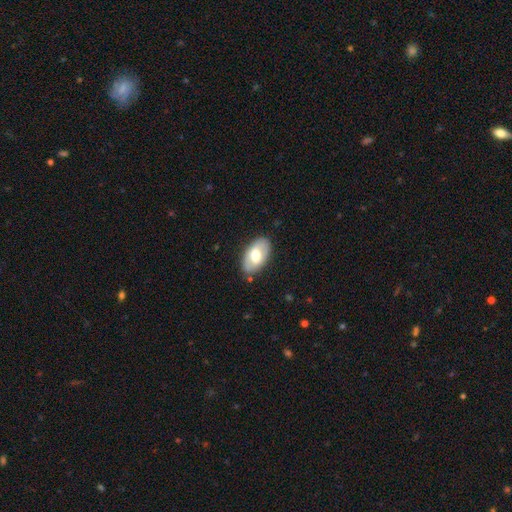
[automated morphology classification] Smooth or featured: smooth — 59% (featured or disk — 35%)
How rounded: in between — 94% (round — 4%)
Merging: none — 83% (minor disturbance — 13%)